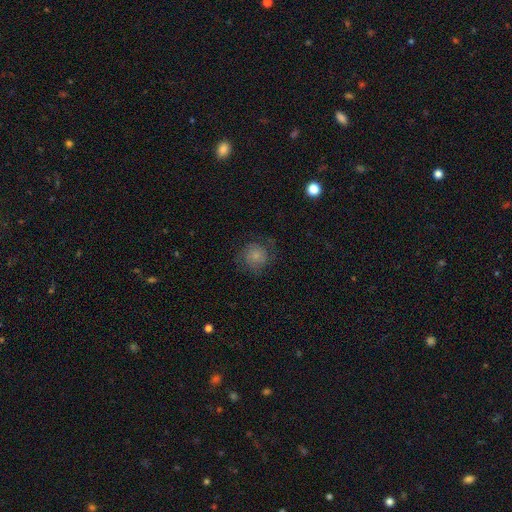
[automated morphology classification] A smooth galaxy with no disk features (50%) that is round (88%).

Vote fractions:
- Smooth or featured? smooth: 50% / featured or disk: 40% / star or artifact: 10%
- How rounded? round: 88% / in between: 11% / cigar-shaped: 1%
- Merging? none: 66% / minor disturbance: 19% / major disturbance: 14% / merger: 1%